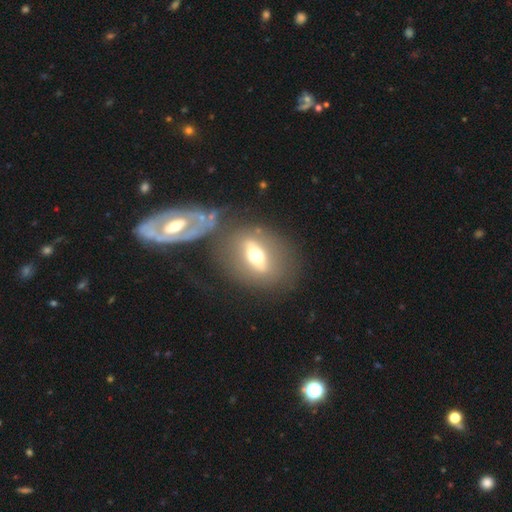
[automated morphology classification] featured or disk 55%, smooth 37%, star or artifact 8%. Down the decision tree: edge-on disk — no (65%); merging — none (62%).